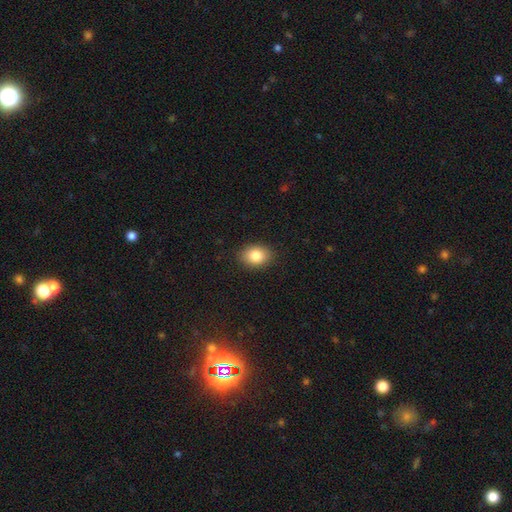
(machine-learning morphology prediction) type=smooth (83%); roundness=in between (70%); merging=none (88%).